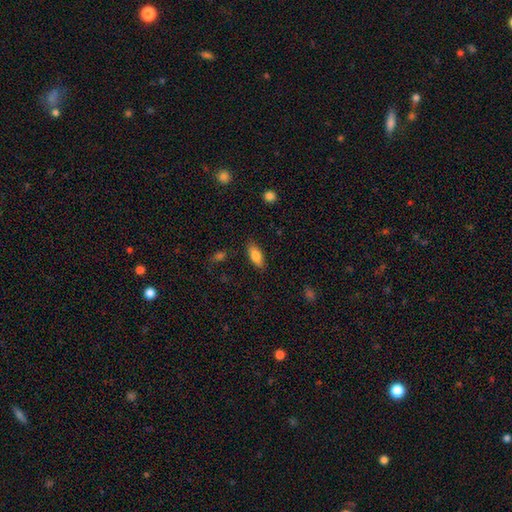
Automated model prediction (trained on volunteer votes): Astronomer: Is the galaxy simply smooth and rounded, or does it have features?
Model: smooth — 82%.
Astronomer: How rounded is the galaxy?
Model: in between — 80%.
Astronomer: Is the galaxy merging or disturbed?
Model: none — 84%.